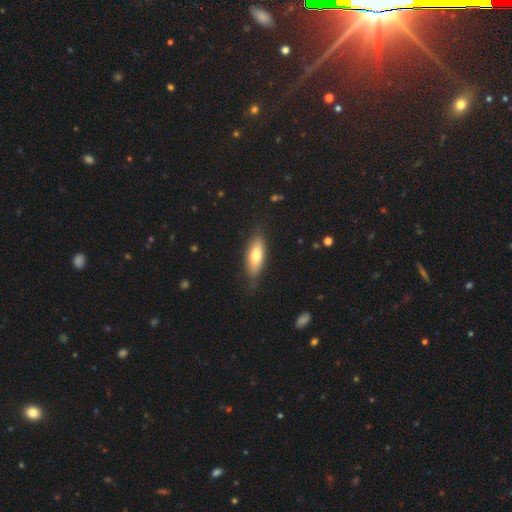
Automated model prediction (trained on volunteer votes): The model was most divided on "how rounded": in between: 70%, cigar-shaped: 27%, round: 2%. More confident: merging — none (81%); smooth or featured — smooth (73%).